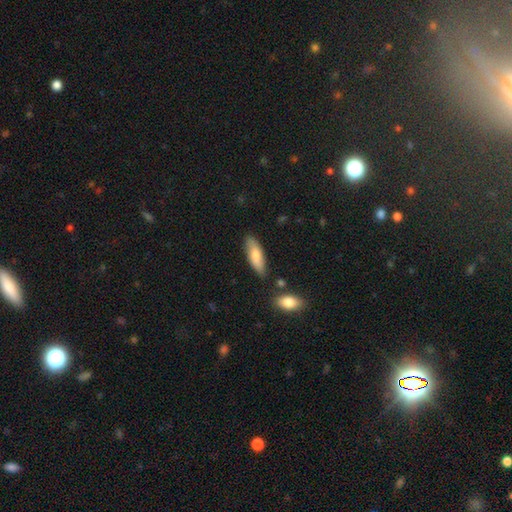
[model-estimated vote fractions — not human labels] This appears to be a smooth galaxy with no disk features (74%) that is in between round and cigar-shaped (56%). Merging: none (80%).